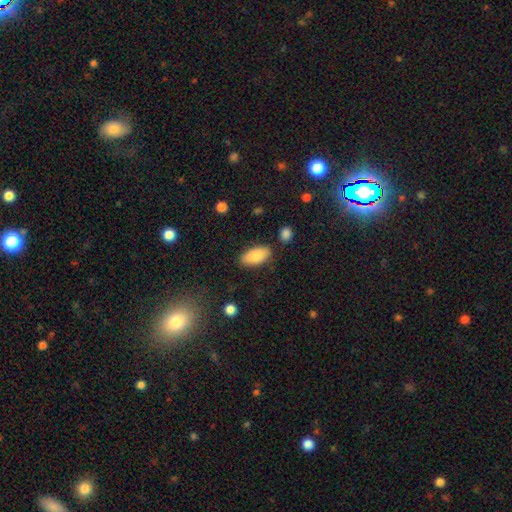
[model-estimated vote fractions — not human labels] Smooth or featured?
  - smooth: 87% *
  - featured or disk: 7%
  - star or artifact: 7%
How rounded?
  - in between: 93% *
  - cigar-shaped: 5%
  - round: 2%
Merging?
  - none: 81% *
  - minor disturbance: 12%
  - merger: 3%
  - major disturbance: 3%